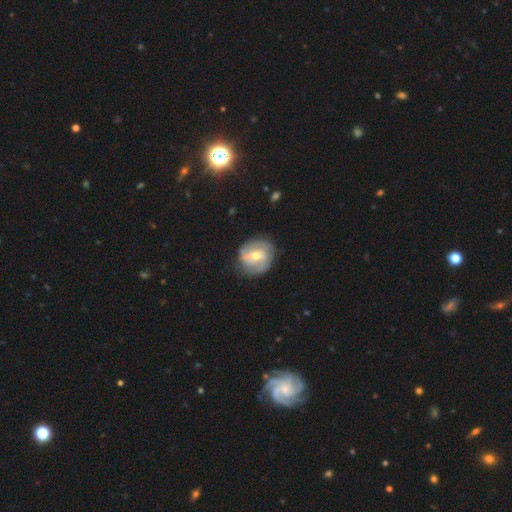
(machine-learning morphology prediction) This is likely a featured or disk galaxy (65%). It is clearly not viewed edge-on (97%). Bar: possibly weak (46%). Spiral arm pattern: likely yes (78%). Central bulge: possibly moderate (53%). Merging: likely none (74%).